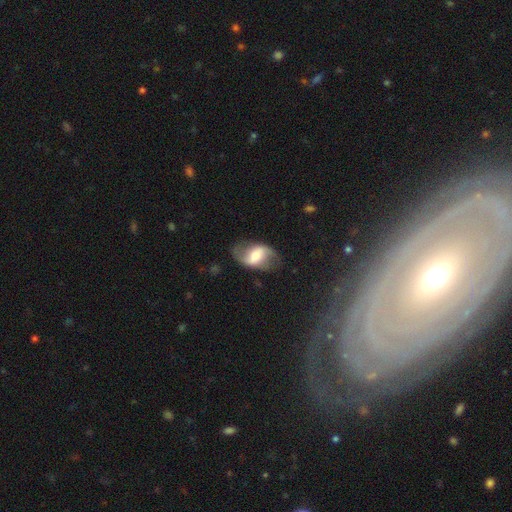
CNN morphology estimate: featured or disk 68%, smooth 26%, star or artifact 7%. Down the decision tree: edge-on disk — no (95%); bar — weak (41%); spiral arms — yes (83%); spiral arm count — 2 (88%); spiral winding — loose (65%); bulge size — moderate (48%); merging — none (68%).